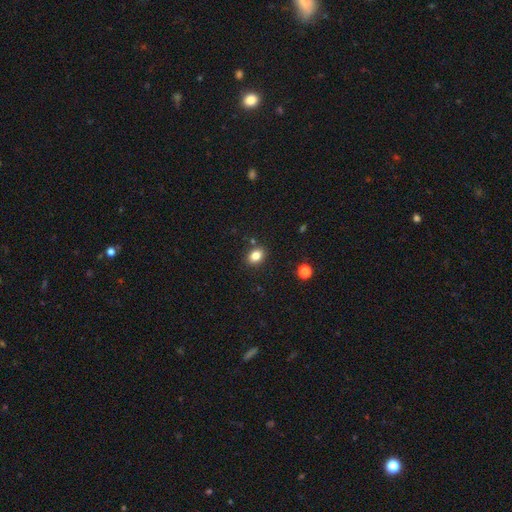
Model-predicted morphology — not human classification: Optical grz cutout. It shows a smooth galaxy with no disk features (83%) that is in between round and cigar-shaped (66%). Merging: none (86%).